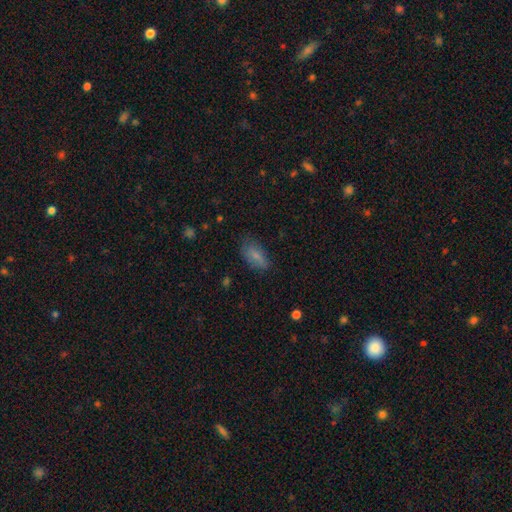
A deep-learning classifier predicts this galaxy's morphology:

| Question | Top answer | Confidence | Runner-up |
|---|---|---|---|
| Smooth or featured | smooth | 82% | featured or disk (10%) |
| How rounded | in between | 87% | cigar-shaped (10%) |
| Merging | none | 70% | minor disturbance (22%) |